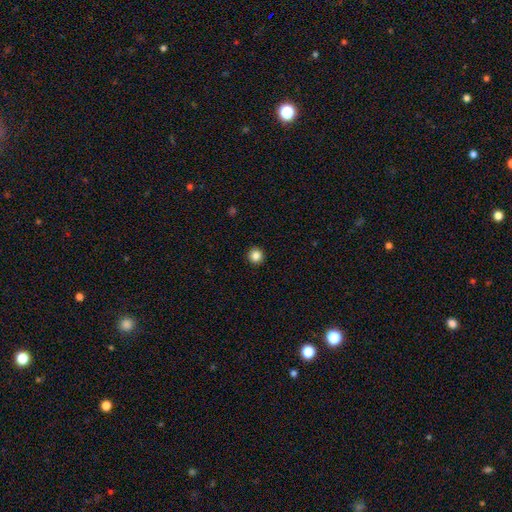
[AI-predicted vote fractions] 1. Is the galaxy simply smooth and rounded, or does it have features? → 85% smooth, 11% star or artifact, 4% featured or disk.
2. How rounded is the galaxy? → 96% round, 3% in between, 1% cigar-shaped.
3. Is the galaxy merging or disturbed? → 93% none, 4% minor disturbance, 1% major disturbance, 1% merger.